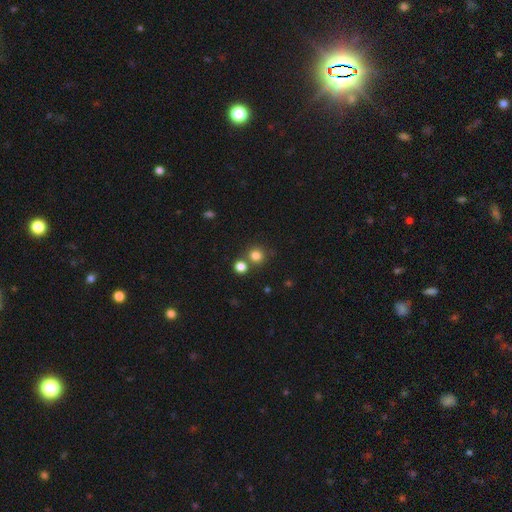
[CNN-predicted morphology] The model was most divided on "merging": none: 70%, merger: 21%, minor disturbance: 7%, major disturbance: 3%. More confident: how rounded — round (91%); smooth or featured — smooth (80%).